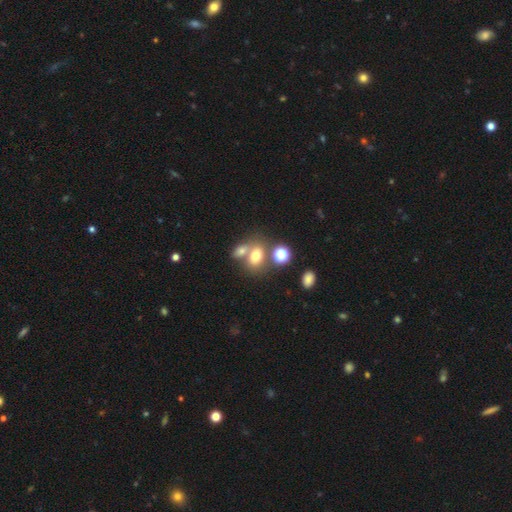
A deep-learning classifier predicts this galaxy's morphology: smooth-or-featured: smooth: 70% | featured or disk: 16% | star or artifact: 14%
  how-rounded: in between: 67% | round: 31% | cigar-shaped: 2%
  merging: merger: 45% | none: 40% | minor disturbance: 10% | major disturbance: 5%